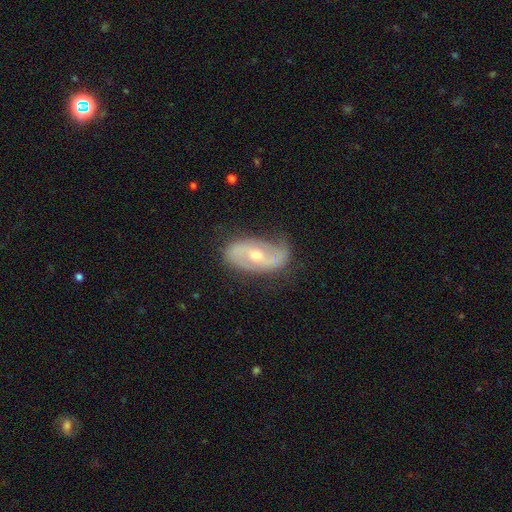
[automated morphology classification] The model was most divided on "spiral winding": loose: 40%, medium: 38%, tight: 22%. More confident: edge-on disk — no (94%); spiral arms — yes (90%); spiral arm count — 2 (87%); smooth or featured — featured or disk (79%); merging — none (75%); bulge size — moderate (56%); bar — no (54%).